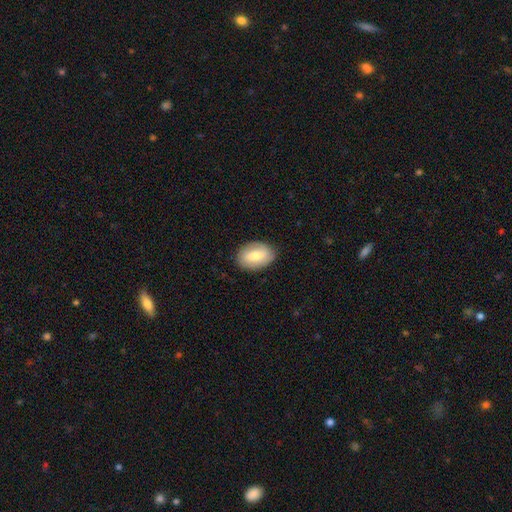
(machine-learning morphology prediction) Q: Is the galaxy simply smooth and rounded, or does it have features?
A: smooth — 65%.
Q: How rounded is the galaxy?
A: in between — 84%.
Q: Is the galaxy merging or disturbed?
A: none — 83%.